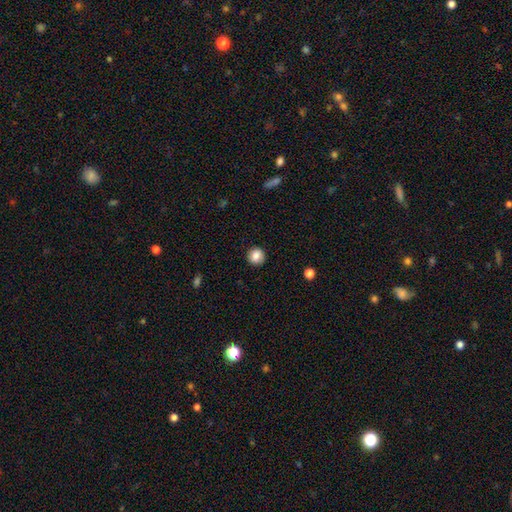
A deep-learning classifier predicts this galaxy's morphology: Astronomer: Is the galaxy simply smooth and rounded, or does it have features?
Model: smooth — 86%.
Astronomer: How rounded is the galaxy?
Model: round — 91%.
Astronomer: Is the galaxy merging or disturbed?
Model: none — 91%.